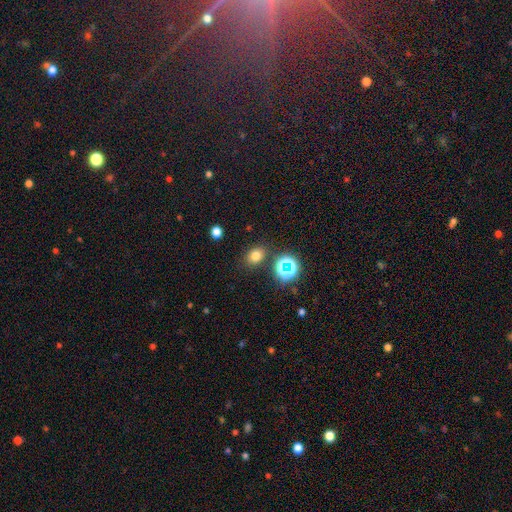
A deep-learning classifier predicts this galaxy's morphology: Smooth or featured? Predicted: smooth (p=0.72). How rounded? Predicted: in between (p=0.54). Merging? Predicted: none (p=0.82).